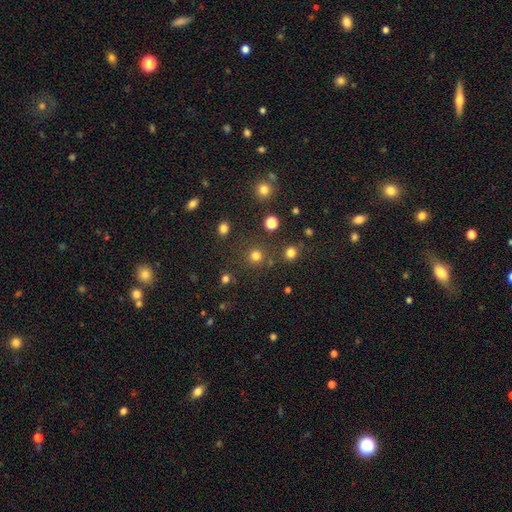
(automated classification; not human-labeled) Morphology: type=smooth (77%); roundness=round (93%); merging=none (83%).